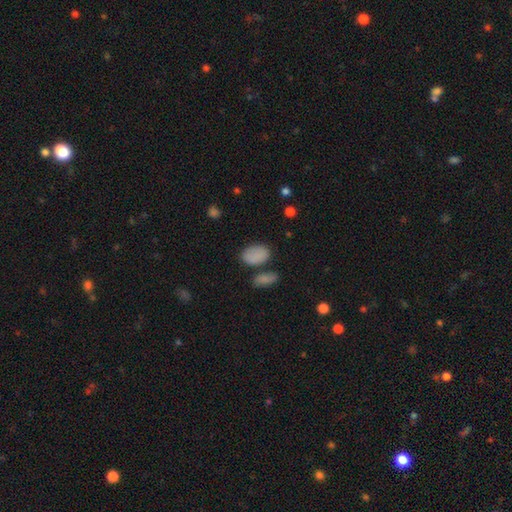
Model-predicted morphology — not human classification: The model was most divided on "merging": none: 66%, minor disturbance: 16%, merger: 13%, major disturbance: 5%. More confident: how rounded — in between (91%); smooth or featured — smooth (85%).